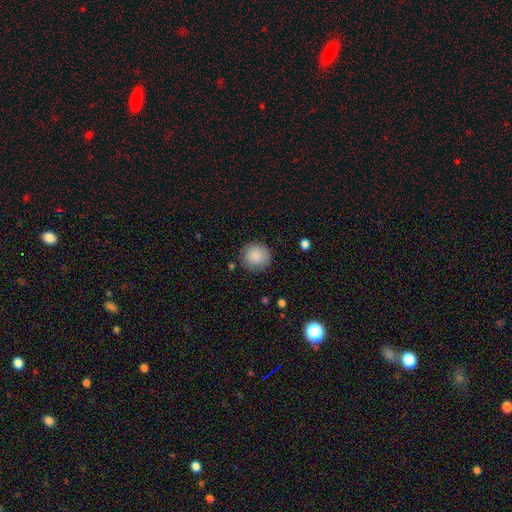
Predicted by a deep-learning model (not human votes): A smooth galaxy with no disk features (88%) that is round (92%). Merging: none (84%).